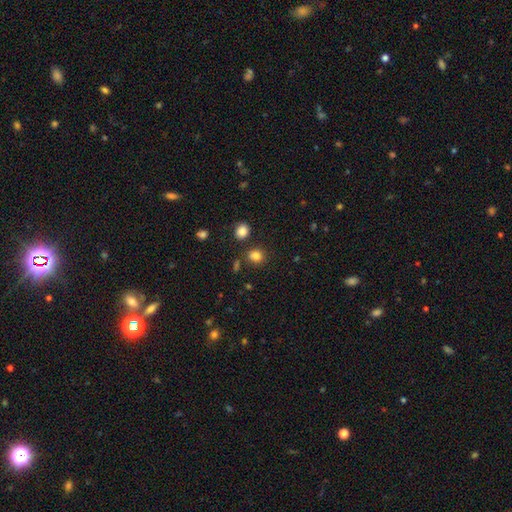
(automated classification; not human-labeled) Q: Smooth or featured?
A: smooth (83%); runner-up: star or artifact (12%)
Q: How rounded?
A: round (74%); runner-up: in between (25%)
Q: Merging?
A: none (80%); runner-up: minor disturbance (9%)